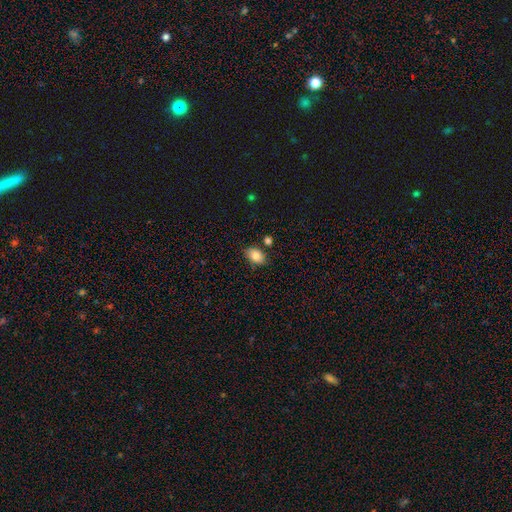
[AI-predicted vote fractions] Overall: smooth (84%). How rounded: in between (85%). Merging: none (77%).